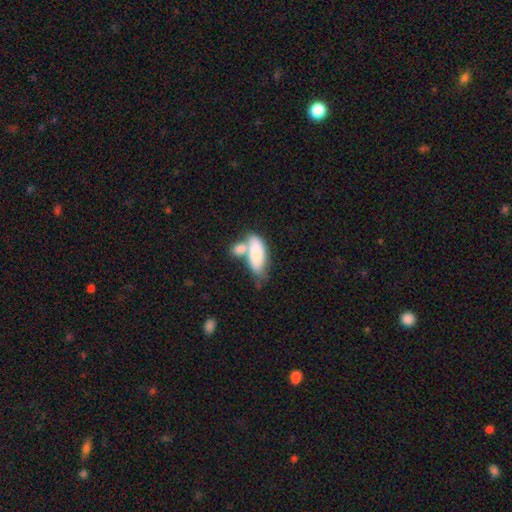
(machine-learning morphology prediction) This is likely a smooth galaxy (78%). How rounded: clearly in between (83%). Merging: possibly merger (54%).